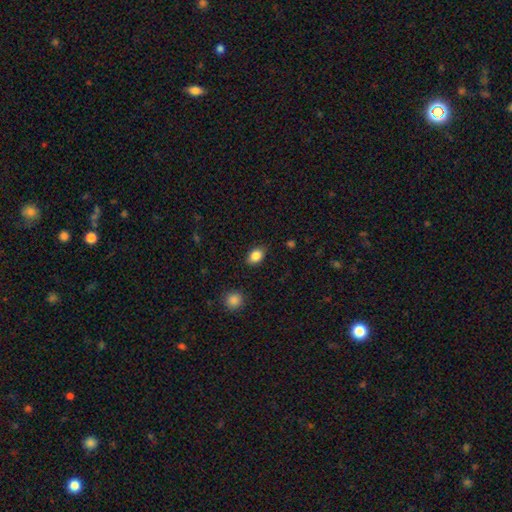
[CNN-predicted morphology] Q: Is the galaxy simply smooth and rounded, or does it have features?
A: smooth — 86%.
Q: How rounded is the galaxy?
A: in between — 79%.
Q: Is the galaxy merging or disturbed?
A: none — 86%.